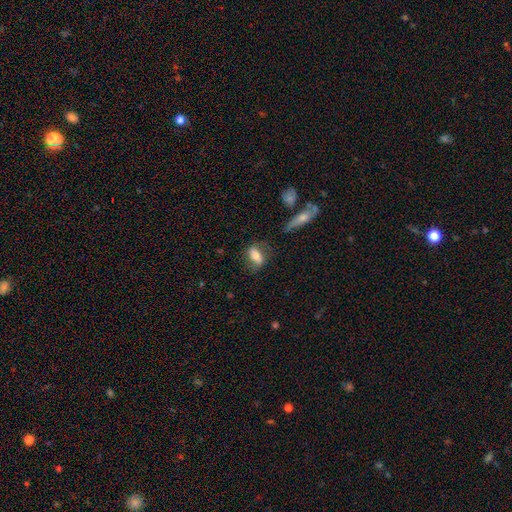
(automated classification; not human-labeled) Smooth or featured? smooth (60%)
How rounded? in between (78%)
Merging? none (60%)